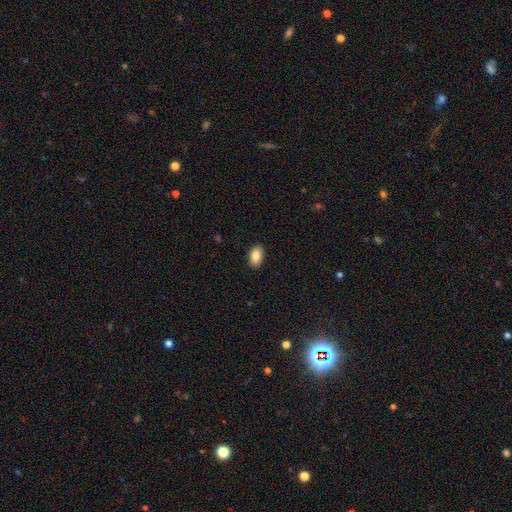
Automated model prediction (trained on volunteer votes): Overall: smooth (86%). How rounded: in between (92%). Merging: none (89%).